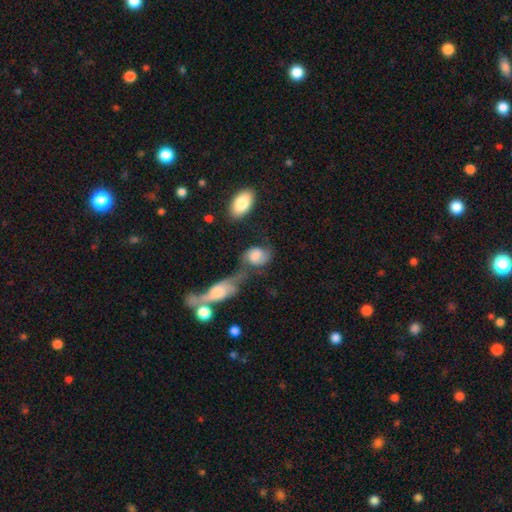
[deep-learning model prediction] Smooth or featured? Predicted: featured or disk (p=0.48). Merging? Predicted: merger (p=0.36).